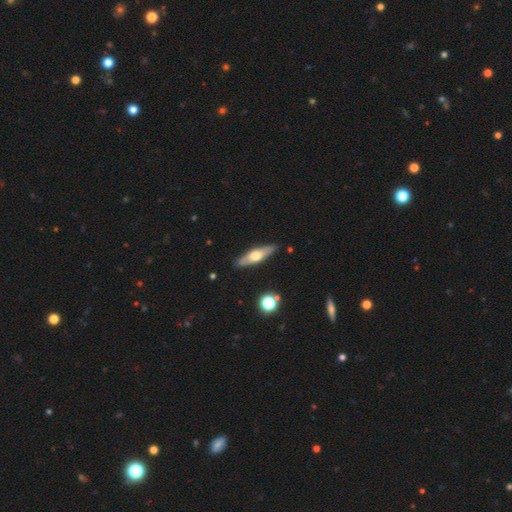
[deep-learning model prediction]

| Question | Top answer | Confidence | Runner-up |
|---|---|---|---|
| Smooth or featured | featured or disk | 50% | smooth (44%) |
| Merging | none | 88% | minor disturbance (9%) |